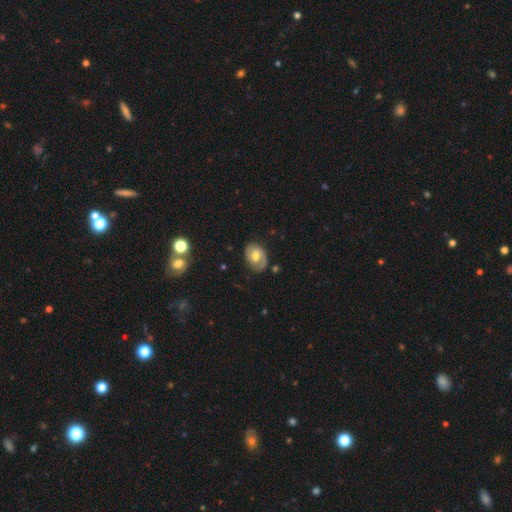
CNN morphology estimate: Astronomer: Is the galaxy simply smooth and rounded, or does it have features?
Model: featured or disk — 54% (runner-up: smooth, 39%).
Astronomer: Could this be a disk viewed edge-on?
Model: no — 95%.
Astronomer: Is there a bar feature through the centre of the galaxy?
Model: no — 68%.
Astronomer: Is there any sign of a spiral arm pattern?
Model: yes — 68%.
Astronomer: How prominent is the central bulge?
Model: moderate — 73%.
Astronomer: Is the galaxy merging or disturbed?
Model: none — 75%.